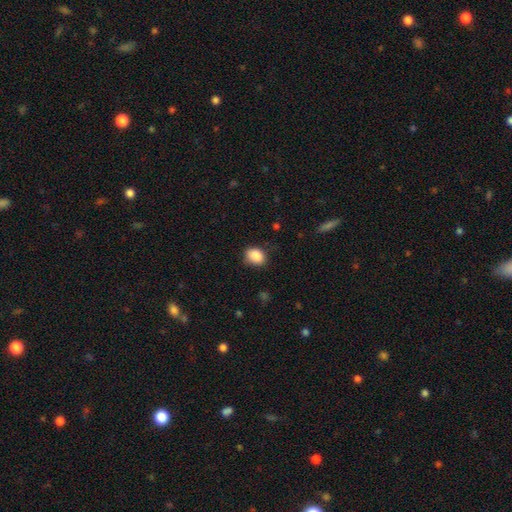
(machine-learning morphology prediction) smooth_or_featured: smooth (p=0.88) [alt: star or artifact p=0.08]
how_rounded: in between (p=0.61) [alt: round p=0.38]
merging: none (p=0.77) [alt: minor disturbance p=0.18]